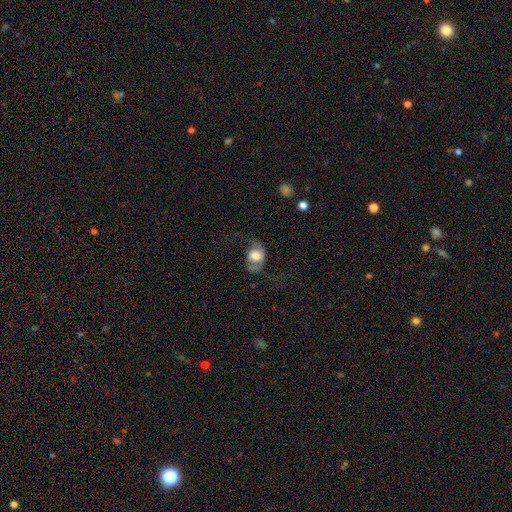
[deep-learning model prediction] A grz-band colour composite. It shows a featured or disk galaxy (48%). Merging: none (44%).